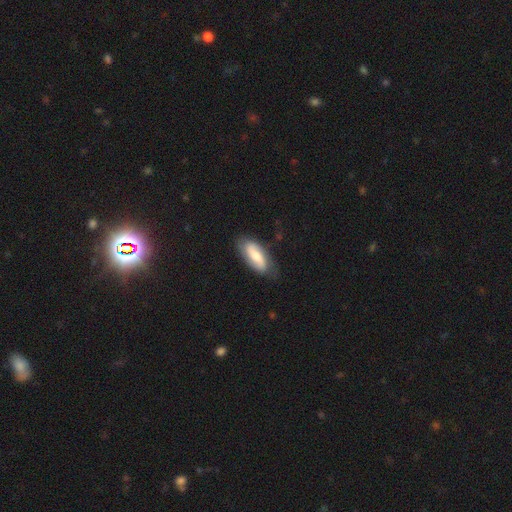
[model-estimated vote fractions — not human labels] This is possibly a smooth galaxy (49%). Merging: likely none (76%).